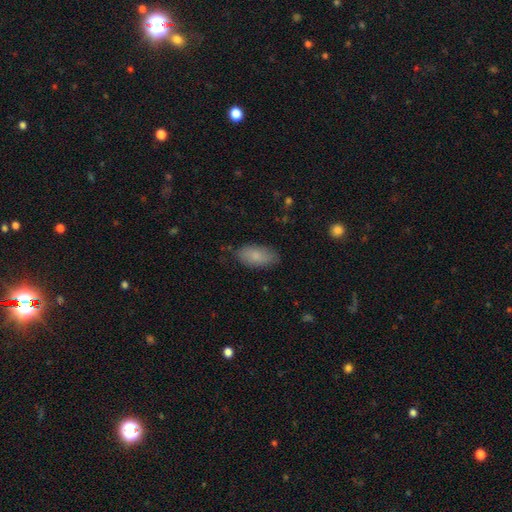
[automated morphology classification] Smooth or featured?
  - smooth: 83% *
  - featured or disk: 11%
  - star or artifact: 6%
How rounded?
  - in between: 90% *
  - cigar-shaped: 7%
  - round: 2%
Merging?
  - none: 80% *
  - minor disturbance: 15%
  - major disturbance: 3%
  - merger: 1%